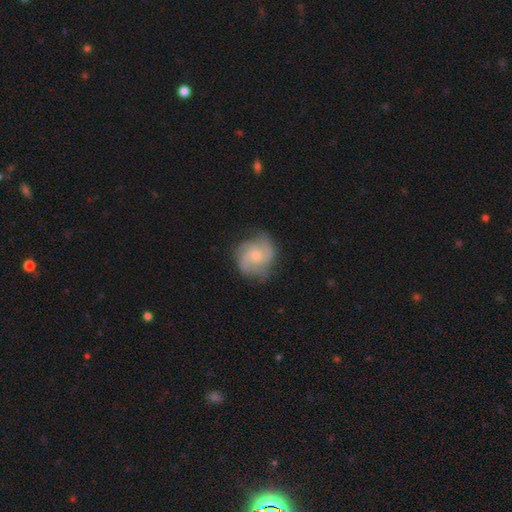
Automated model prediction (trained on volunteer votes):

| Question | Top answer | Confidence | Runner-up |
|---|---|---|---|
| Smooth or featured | featured or disk | 69% | smooth (25%) |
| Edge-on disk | no | 98% | yes (2%) |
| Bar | no | 68% | weak (28%) |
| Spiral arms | yes | 93% | no (7%) |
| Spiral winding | medium | 47% | tight (38%) |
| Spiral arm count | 2 | 36% | 3 (33%) |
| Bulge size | moderate | 48% | small (40%) |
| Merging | none | 71% | minor disturbance (20%) |